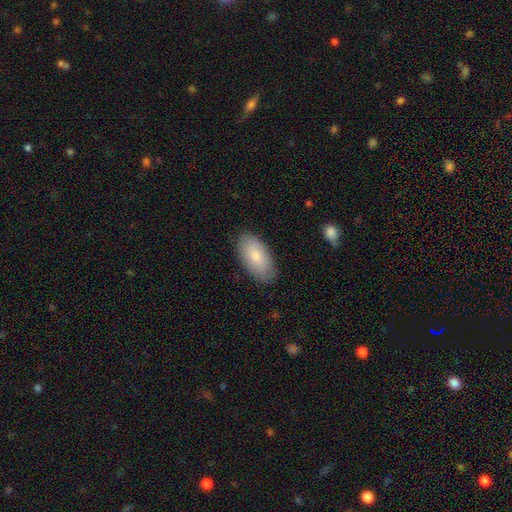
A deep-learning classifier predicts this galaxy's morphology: The model was most divided on "smooth or featured": smooth: 81%, featured or disk: 13%, star or artifact: 6%. More confident: how rounded — in between (94%); merging — none (85%).